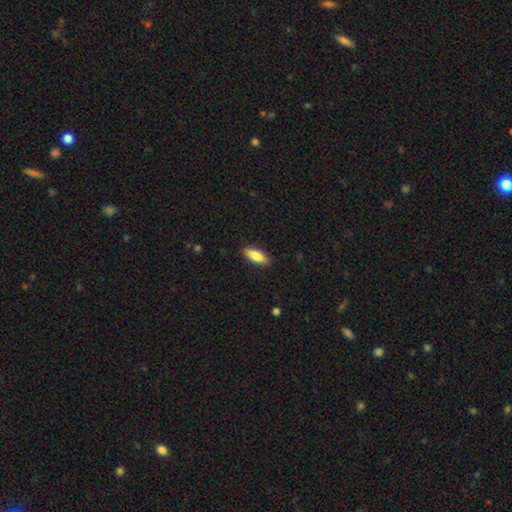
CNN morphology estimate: Q: Smooth or featured?
A: smooth (85%); runner-up: featured or disk (9%)
Q: How rounded?
A: in between (76%); runner-up: cigar-shaped (22%)
Q: Merging?
A: none (89%); runner-up: minor disturbance (8%)